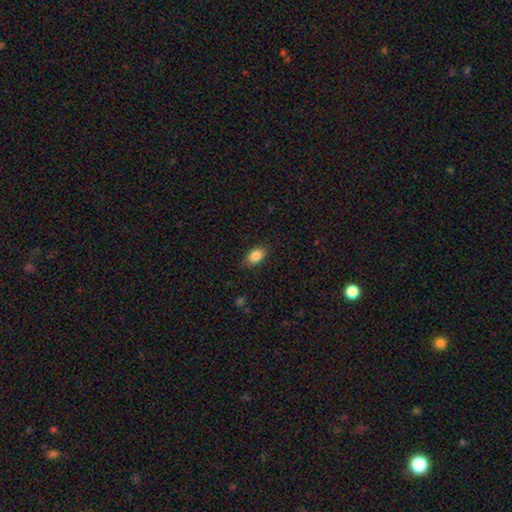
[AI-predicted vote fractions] Smooth or featured?
  - smooth: 86% *
  - star or artifact: 8%
  - featured or disk: 6%
How rounded?
  - in between: 88% *
  - round: 9%
  - cigar-shaped: 2%
Merging?
  - none: 84% *
  - minor disturbance: 13%
  - major disturbance: 3%
  - merger: 1%